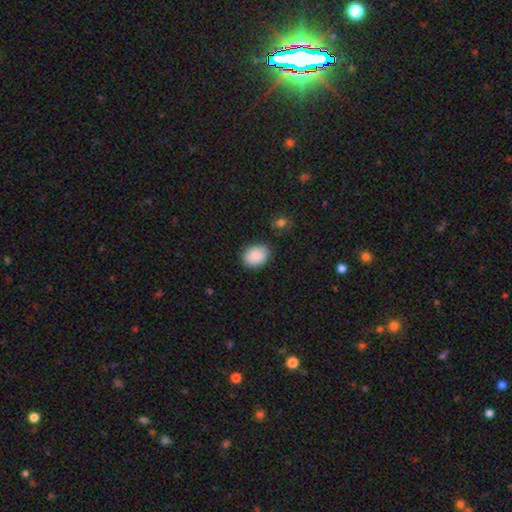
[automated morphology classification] This appears to be a smooth galaxy with no disk features (88%) that is in between round and cigar-shaped (60%). Merging: none (84%).